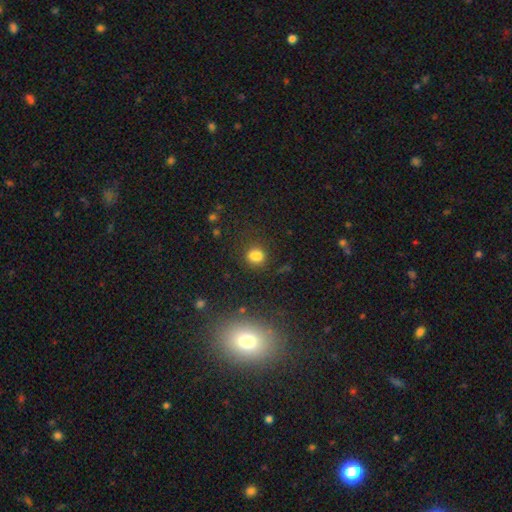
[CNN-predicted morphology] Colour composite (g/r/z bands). It shows a smooth galaxy with no disk features (79%) that is round (66%). Merging: none (73%).